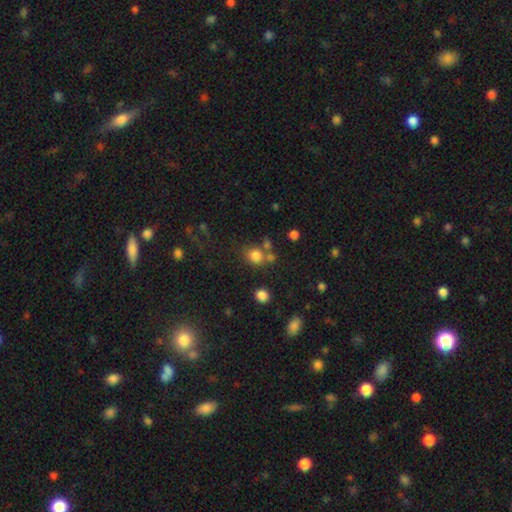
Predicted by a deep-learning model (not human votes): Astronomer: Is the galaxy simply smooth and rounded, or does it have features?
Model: smooth — 79%.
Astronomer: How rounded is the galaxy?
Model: round — 75%.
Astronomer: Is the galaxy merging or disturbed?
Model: none — 61%.